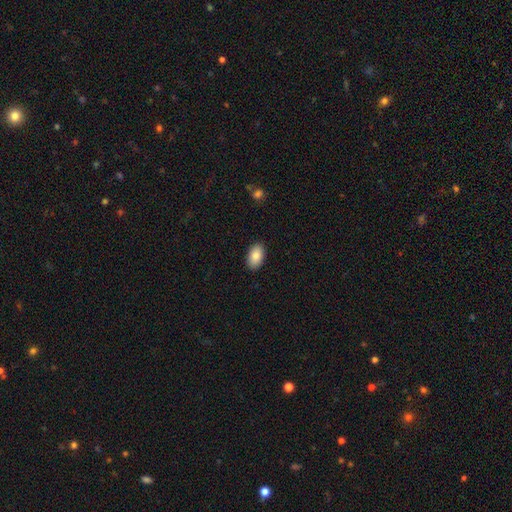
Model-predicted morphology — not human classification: smooth_or_featured: smooth (p=0.86) [alt: featured or disk p=0.07]
how_rounded: in between (p=0.94) [alt: round p=0.04]
merging: none (p=0.89) [alt: minor disturbance p=0.08]